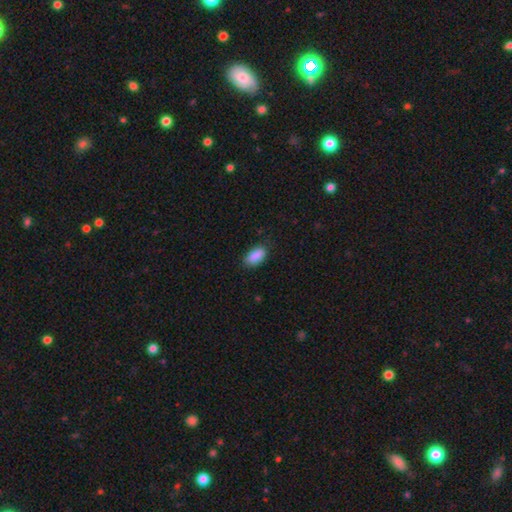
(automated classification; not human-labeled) Overall: smooth (89%). How rounded: in between (92%). Merging: none (82%).